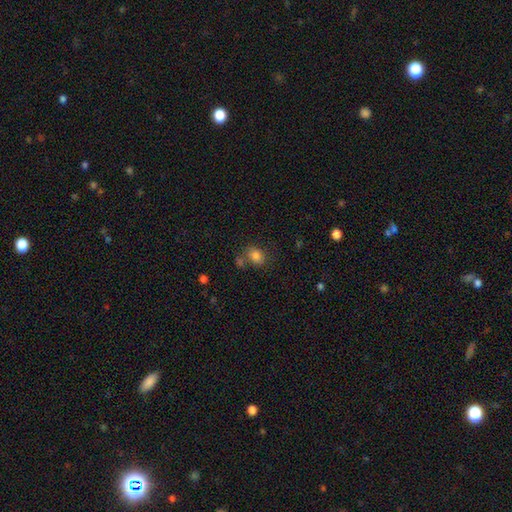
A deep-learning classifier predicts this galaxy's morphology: A smooth galaxy with no disk features (81%) that is in between round and cigar-shaped (59%).

Vote fractions:
- Smooth or featured? smooth: 81% / star or artifact: 11% / featured or disk: 8%
- How rounded? in between: 59% / round: 39% / cigar-shaped: 1%
- Merging? none: 61% / merger: 19% / minor disturbance: 14% / major disturbance: 5%